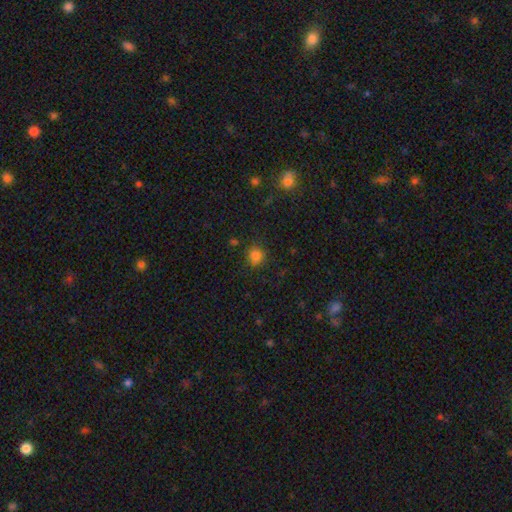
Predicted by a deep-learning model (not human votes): smooth_or_featured: smooth (p=0.80) [alt: star or artifact p=0.15]
how_rounded: round (p=0.85) [alt: in between p=0.14]
merging: none (p=0.78) [alt: minor disturbance p=0.14]